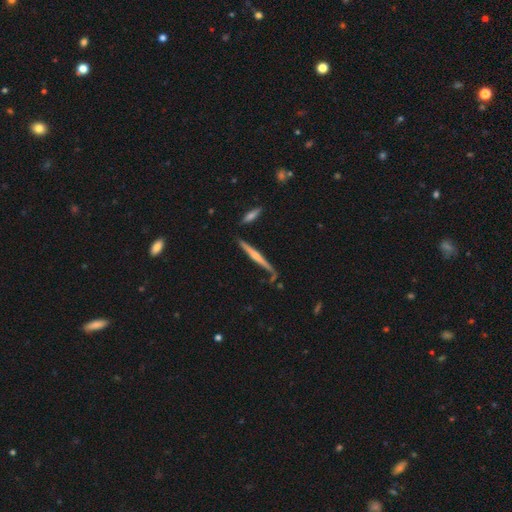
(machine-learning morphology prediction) This is possibly a featured or disk galaxy (56%). It is clearly viewed edge-on (96%). Edge-on bulge: possibly rounded (49%). Merging: likely none (72%).